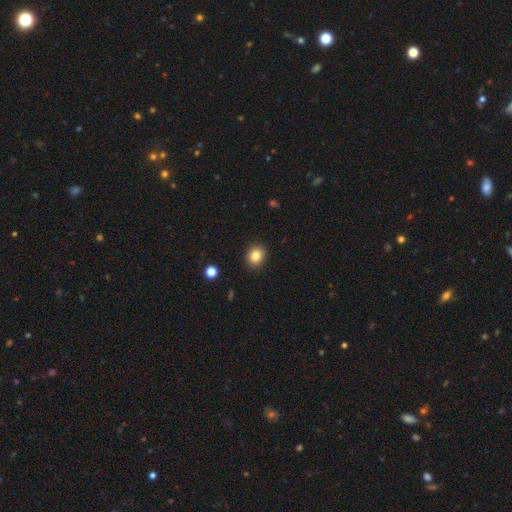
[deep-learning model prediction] A smooth galaxy with no disk features (83%) that is round (67%). Merging: none (91%).